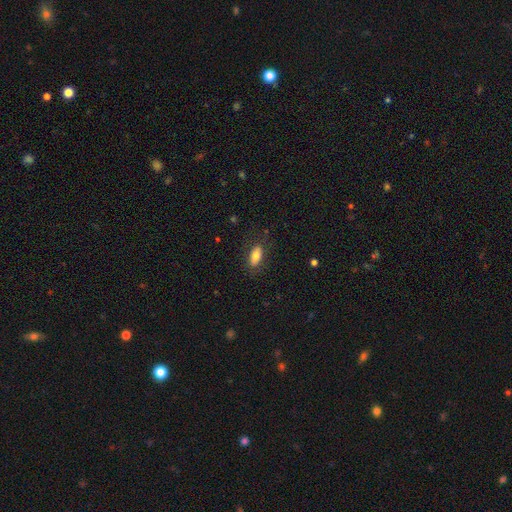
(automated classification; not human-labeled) Smooth or featured? smooth (75%)
How rounded? in between (85%)
Merging? none (81%)